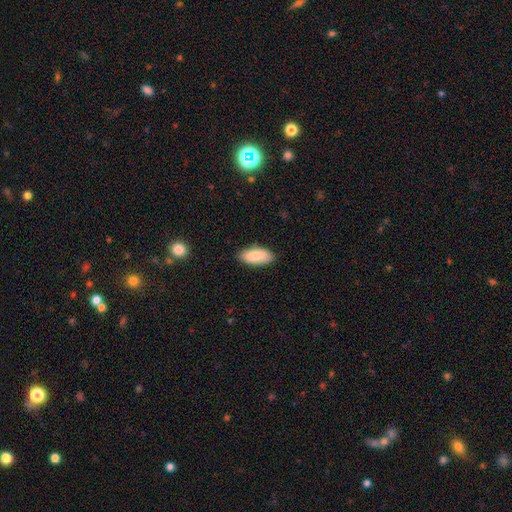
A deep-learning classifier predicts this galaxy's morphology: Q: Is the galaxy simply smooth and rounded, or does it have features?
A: smooth — 87%.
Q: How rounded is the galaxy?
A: in between — 86%.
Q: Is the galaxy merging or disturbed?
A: none — 85%.